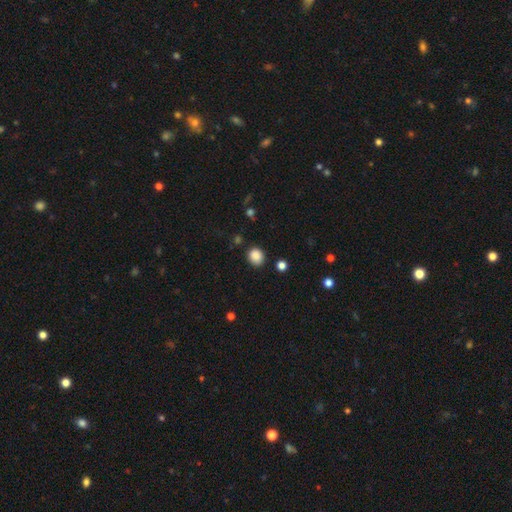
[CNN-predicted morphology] smooth-or-featured: smooth: 87% | star or artifact: 10% | featured or disk: 3%
  how-rounded: round: 73% | in between: 26% | cigar-shaped: 1%
  merging: none: 85% | minor disturbance: 10% | major disturbance: 3% | merger: 2%